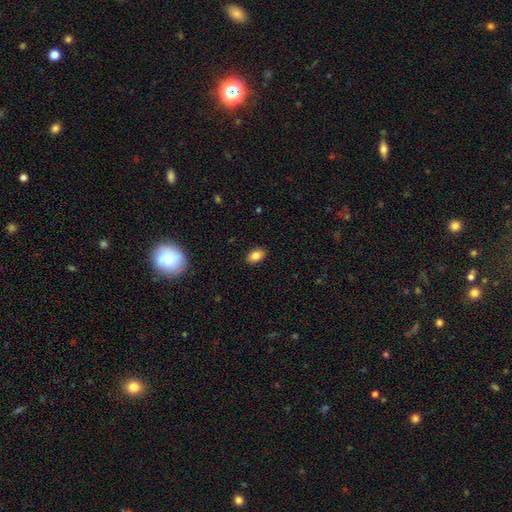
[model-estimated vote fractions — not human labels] A smooth galaxy with no disk features (84%) that is in between round and cigar-shaped (84%).

Vote fractions:
- Smooth or featured? smooth: 84% / star or artifact: 9% / featured or disk: 7%
- How rounded? in between: 84% / round: 14% / cigar-shaped: 1%
- Merging? none: 89% / minor disturbance: 8% / major disturbance: 2% / merger: 1%